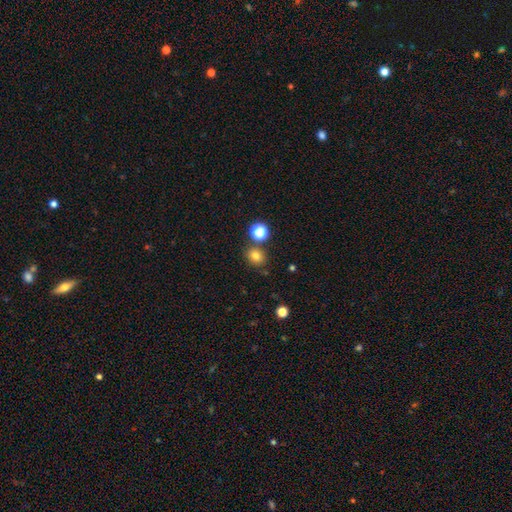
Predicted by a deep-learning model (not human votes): Morphology: type=smooth (78%); roundness=round (72%); merging=none (78%).